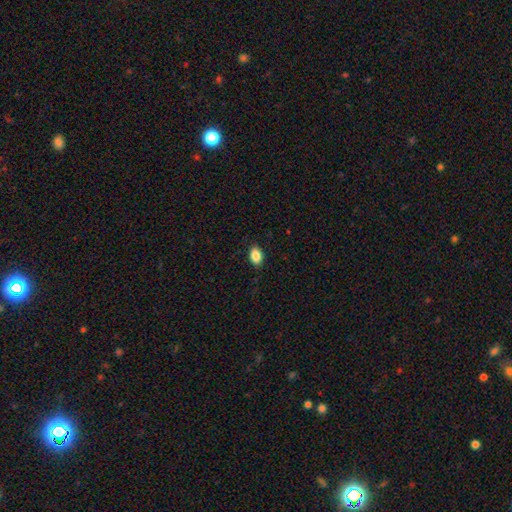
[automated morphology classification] A smooth galaxy with no disk features (87%) that is in between round and cigar-shaped (85%). Merging: none (88%).